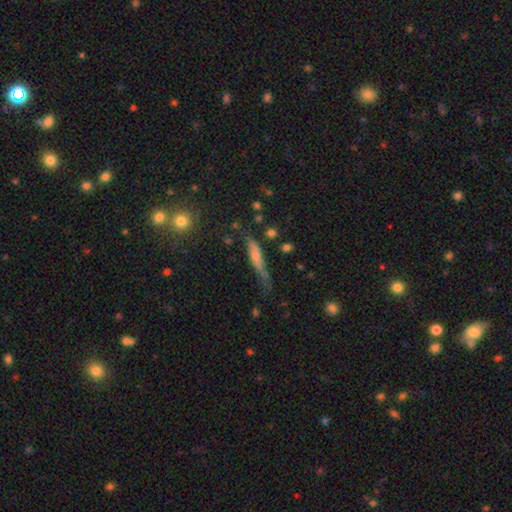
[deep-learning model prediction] smooth-or-featured: smooth: 55% | featured or disk: 36% | star or artifact: 9%
  how-rounded: cigar-shaped: 79% | in between: 18% | round: 4%
  merging: none: 48% | minor disturbance: 31% | major disturbance: 15% | merger: 5%